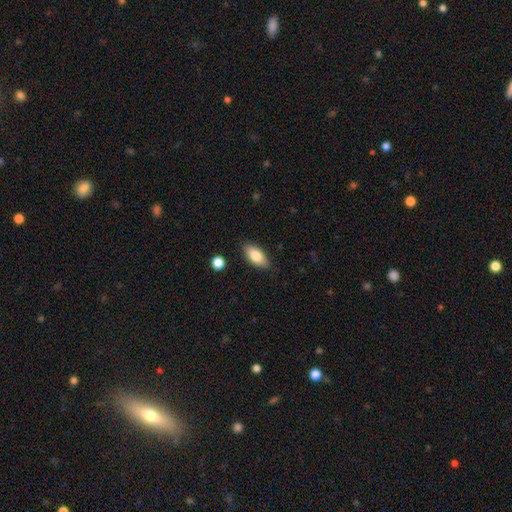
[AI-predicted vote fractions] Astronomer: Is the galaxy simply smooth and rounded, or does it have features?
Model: smooth — 82%.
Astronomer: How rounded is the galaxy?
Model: in between — 88%.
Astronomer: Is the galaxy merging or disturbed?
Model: none — 85%.